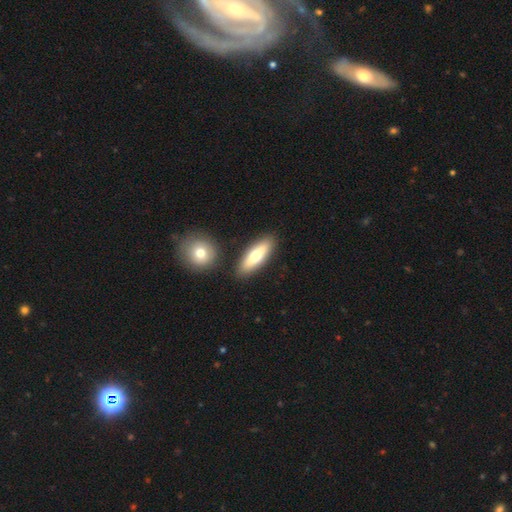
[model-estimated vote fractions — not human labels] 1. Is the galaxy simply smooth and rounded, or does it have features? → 65% smooth, 30% featured or disk, 6% star or artifact.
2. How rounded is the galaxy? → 55% in between, 43% cigar-shaped, 2% round.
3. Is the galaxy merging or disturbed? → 84% none, 8% minor disturbance, 6% merger, 2% major disturbance.